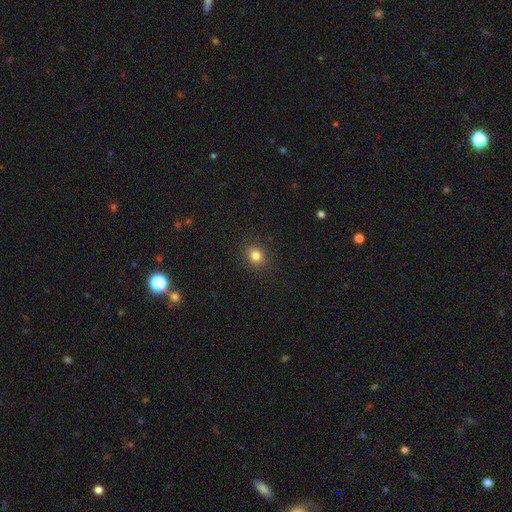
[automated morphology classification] This is clearly a smooth galaxy (82%). How rounded: likely round (75%). Merging: clearly none (90%).